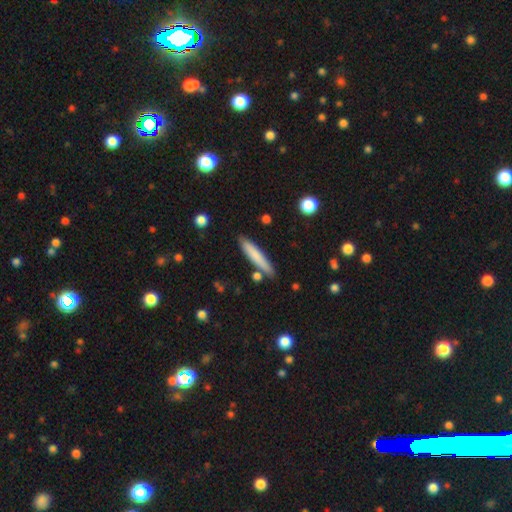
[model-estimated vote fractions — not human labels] Smooth or featured? smooth (75%)
How rounded? cigar-shaped (91%)
Merging? none (82%)